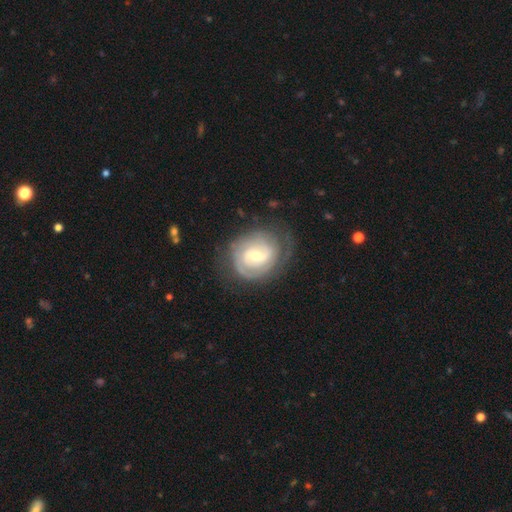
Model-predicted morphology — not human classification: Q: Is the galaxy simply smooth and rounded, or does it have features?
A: featured or disk — 82%.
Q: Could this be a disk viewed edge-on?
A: no — 98%.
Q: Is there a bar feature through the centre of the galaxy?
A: weak — 56%.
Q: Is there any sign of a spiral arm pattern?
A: yes — 93%.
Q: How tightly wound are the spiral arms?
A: tight — 65%.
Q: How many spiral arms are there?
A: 2 — 52%.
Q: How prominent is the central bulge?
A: moderate — 49%.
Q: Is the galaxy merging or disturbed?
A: none — 69%.